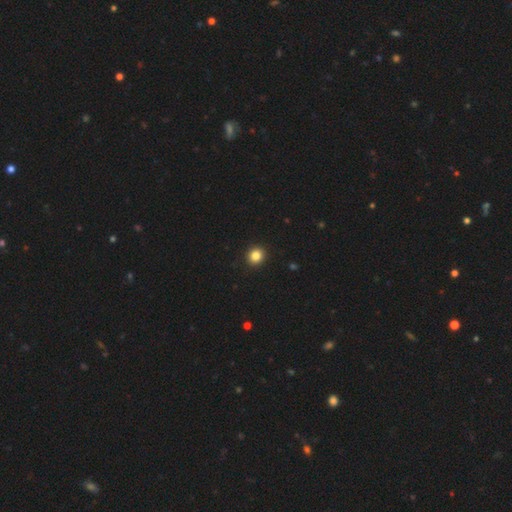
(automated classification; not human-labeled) smooth-or-featured: smooth: 85% | star or artifact: 11% | featured or disk: 4%
  how-rounded: round: 87% | in between: 12% | cigar-shaped: 1%
  merging: none: 93% | minor disturbance: 4% | major disturbance: 1% | merger: 1%